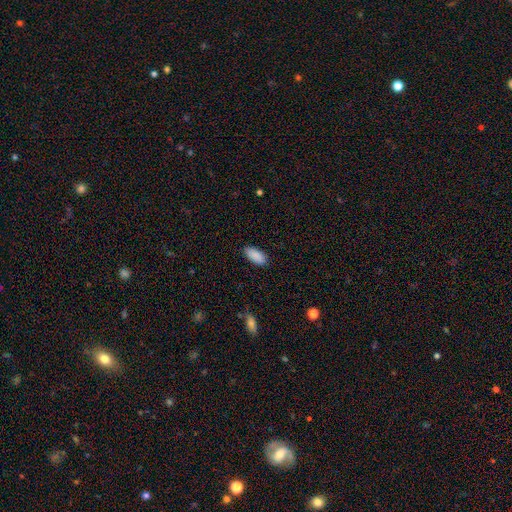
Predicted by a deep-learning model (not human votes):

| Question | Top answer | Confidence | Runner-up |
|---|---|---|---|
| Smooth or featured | smooth | 90% | star or artifact (6%) |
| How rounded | in between | 89% | cigar-shaped (9%) |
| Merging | none | 86% | minor disturbance (11%) |